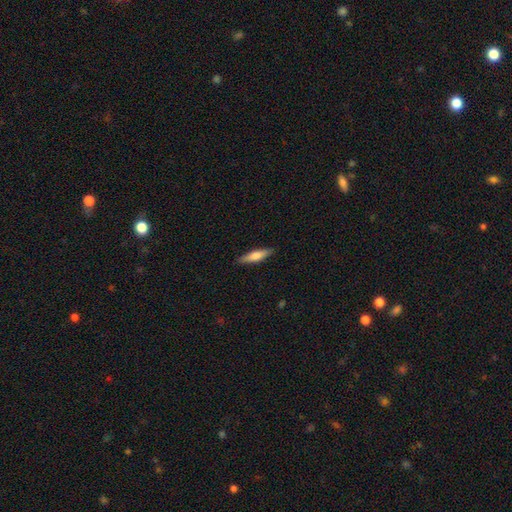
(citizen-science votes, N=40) Overall: smooth (57%; featured or disk 40%). How rounded: cigar-shaped (83%). Merging: none (90%).